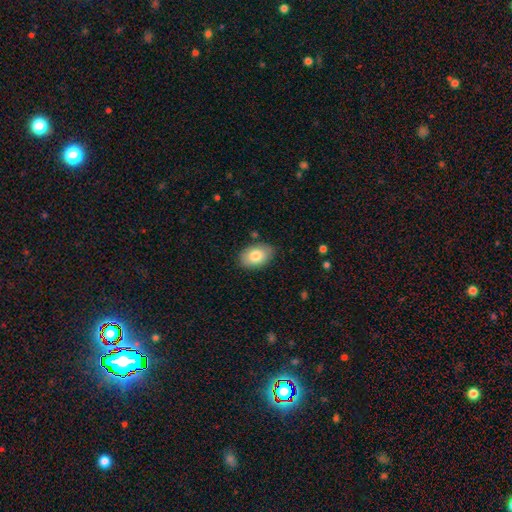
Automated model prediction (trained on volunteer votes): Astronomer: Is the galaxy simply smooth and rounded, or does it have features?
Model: smooth — 81%.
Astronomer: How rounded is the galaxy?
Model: in between — 89%.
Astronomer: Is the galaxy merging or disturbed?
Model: none — 84%.